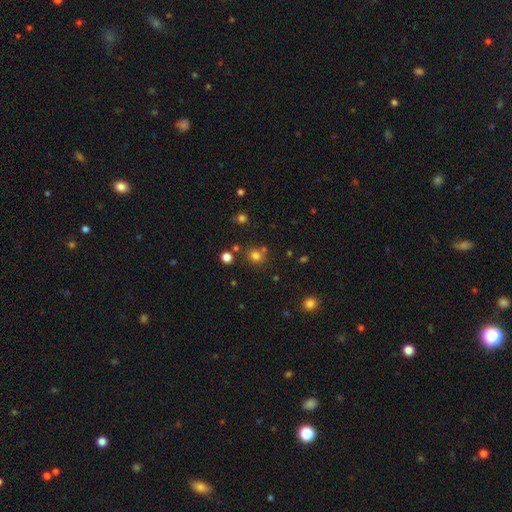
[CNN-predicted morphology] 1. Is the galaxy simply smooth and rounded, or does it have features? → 74% smooth, 20% star or artifact, 6% featured or disk.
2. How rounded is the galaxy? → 84% round, 15% in between, 1% cigar-shaped.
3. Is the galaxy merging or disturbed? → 73% none, 14% merger, 9% minor disturbance, 3% major disturbance.